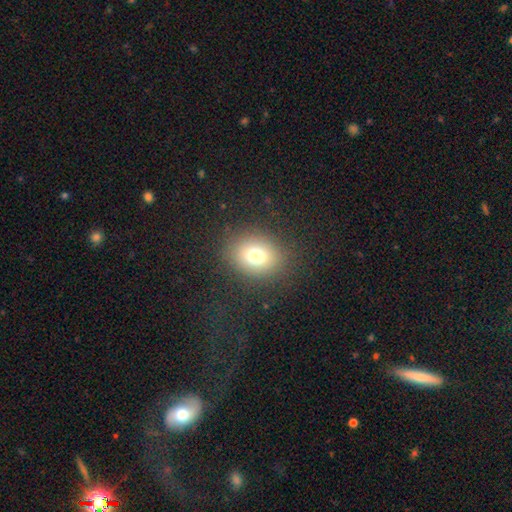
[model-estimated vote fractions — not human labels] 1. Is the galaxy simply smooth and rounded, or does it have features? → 73% smooth, 16% star or artifact, 11% featured or disk.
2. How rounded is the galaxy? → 59% round, 40% in between, 1% cigar-shaped.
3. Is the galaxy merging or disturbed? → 85% none, 9% minor disturbance, 6% major disturbance, 1% merger.